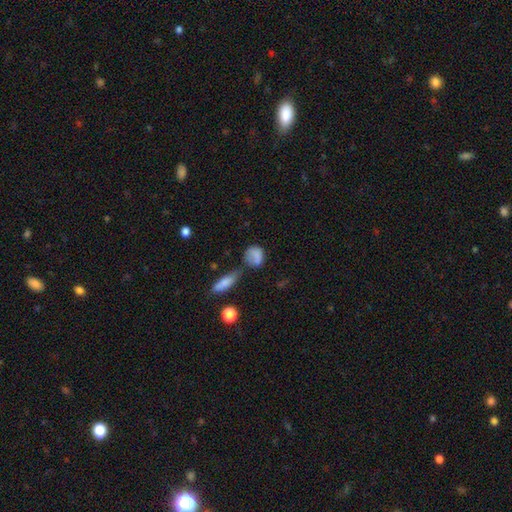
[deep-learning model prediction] Morphology: type=smooth (78%); roundness=in between (48%, tied with round); merging=none (45%).